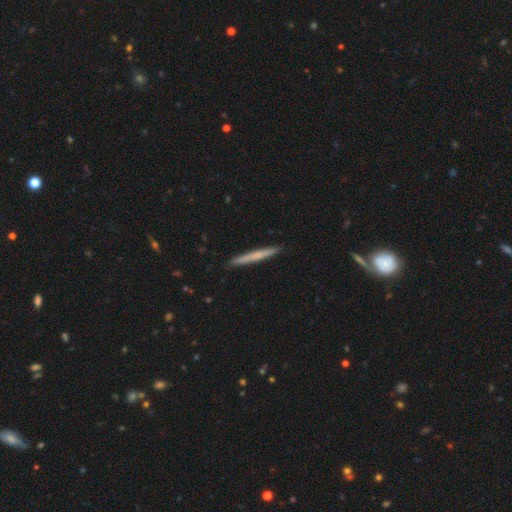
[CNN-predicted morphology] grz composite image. It shows a smooth galaxy with no disk features (59%) that is cigar-shaped (97%). Merging: none (92%).